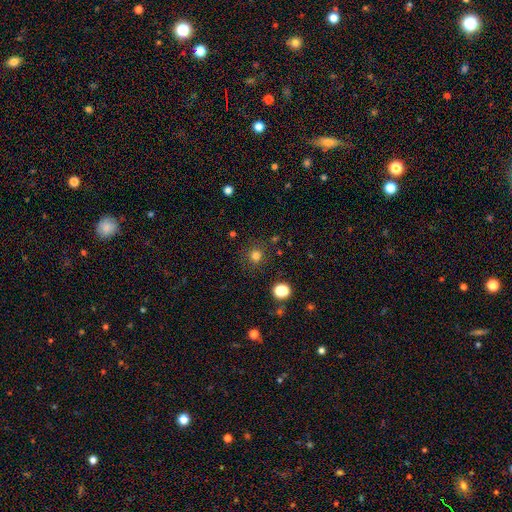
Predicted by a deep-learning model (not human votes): Smooth or featured? smooth (78%)
How rounded? round (90%)
Merging? none (86%)